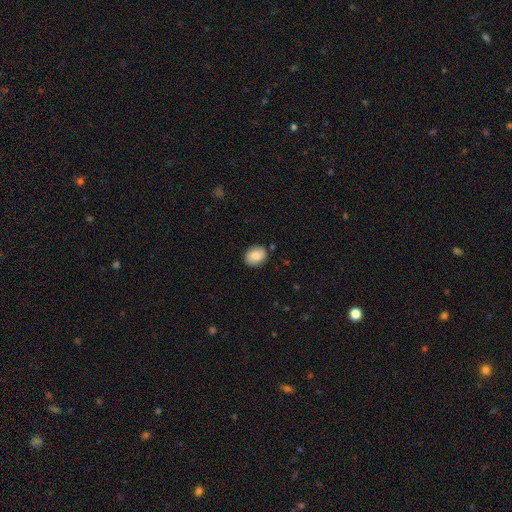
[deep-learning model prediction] A smooth galaxy with no disk features (85%) that is in between round and cigar-shaped (50%).

Vote fractions:
- Smooth or featured? smooth: 85% / featured or disk: 8% / star or artifact: 7%
- How rounded? in between: 50% / round: 49% / cigar-shaped: 1%
- Merging? none: 87% / minor disturbance: 10% / major disturbance: 2% / merger: 2%